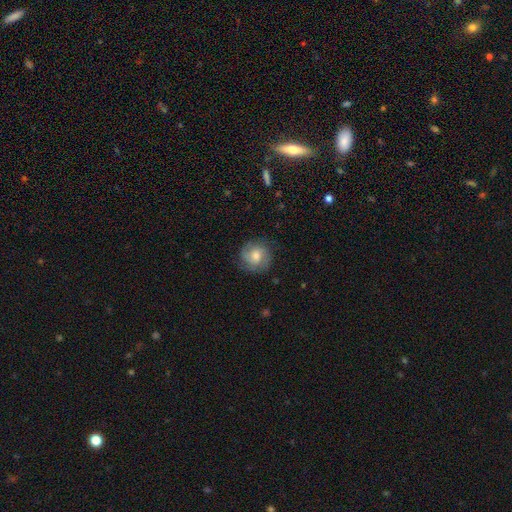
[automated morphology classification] Smooth or featured: featured or disk — 52% (smooth — 40%)
Edge-on disk: no — 97% (yes — 3%)
Bar: no — 60% (weak — 34%)
Spiral arms: yes — 86% (no — 14%)
Bulge size: moderate — 61% (small — 19%)
Merging: none — 79% (minor disturbance — 15%)